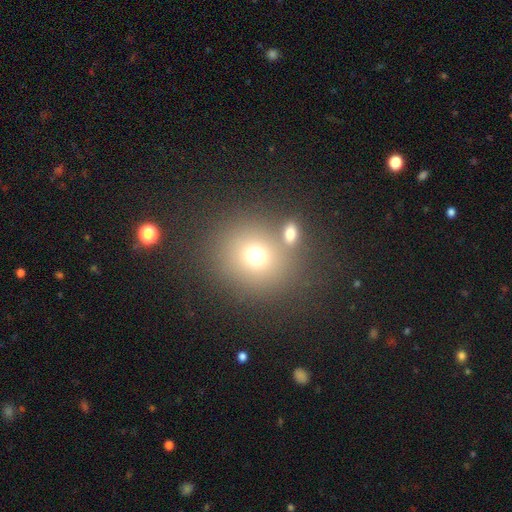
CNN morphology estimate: Smooth or featured? Predicted: smooth (p=0.70). How rounded? Predicted: round (p=0.84). Merging? Predicted: none (p=0.63).